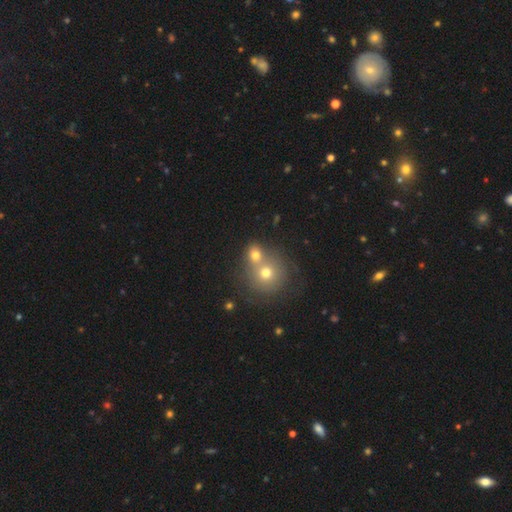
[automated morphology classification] Overall: smooth (53%; star or artifact 34%). How rounded: round (89%). Merging: none (63%; merger 26%).